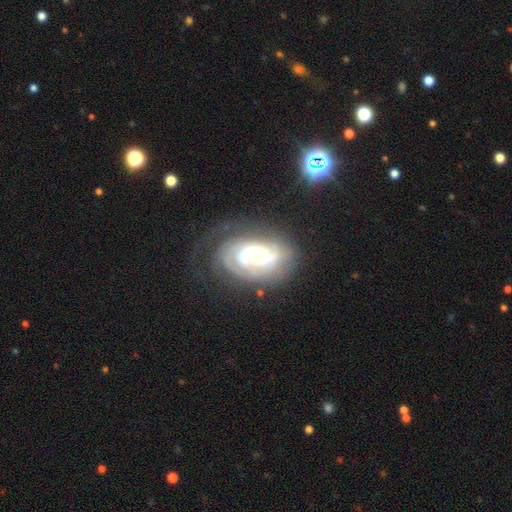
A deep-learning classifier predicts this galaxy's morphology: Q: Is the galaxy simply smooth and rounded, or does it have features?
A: featured or disk — 83%.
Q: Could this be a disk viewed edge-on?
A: no — 96%.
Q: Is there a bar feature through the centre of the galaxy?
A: no — 70%.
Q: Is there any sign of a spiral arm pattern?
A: yes — 94%.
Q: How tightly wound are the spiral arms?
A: tight — 67%.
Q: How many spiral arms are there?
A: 2 — 35%.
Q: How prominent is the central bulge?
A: small — 54%.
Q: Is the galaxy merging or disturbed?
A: none — 61%.